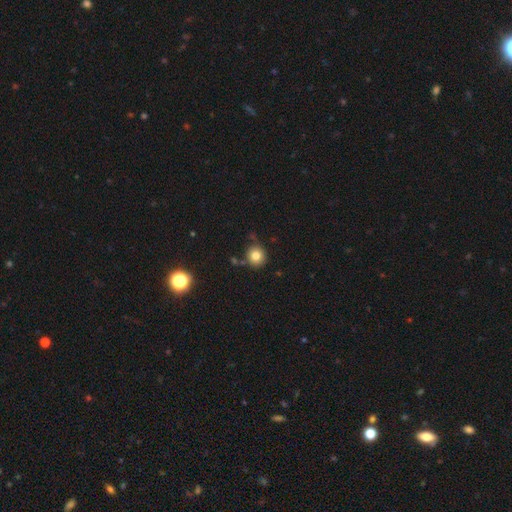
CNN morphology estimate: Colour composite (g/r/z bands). It shows a smooth galaxy with no disk features (80%) that is round (89%). Merging: none (79%).